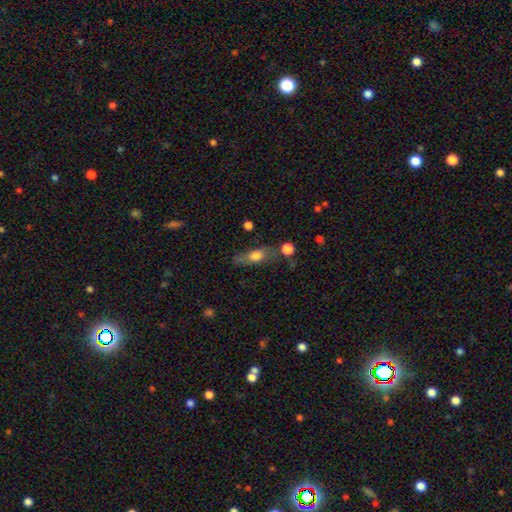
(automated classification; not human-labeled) smooth-or-featured: smooth: 66% | featured or disk: 26% | star or artifact: 8%
  how-rounded: in between: 57% | cigar-shaped: 35% | round: 8%
  merging: none: 59% | minor disturbance: 22% | major disturbance: 10% | merger: 9%